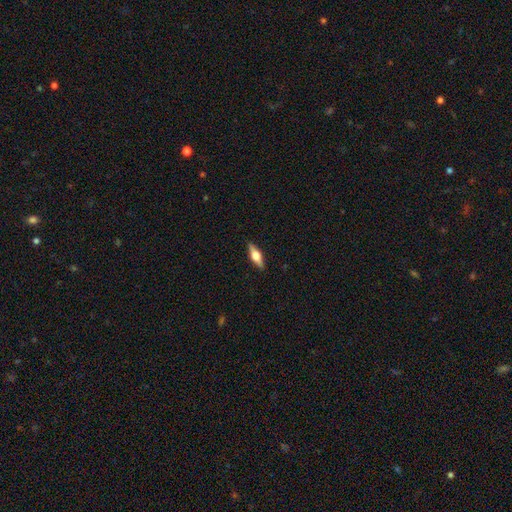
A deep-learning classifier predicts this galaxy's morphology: Overall: featured or disk (56%; smooth 38%). Edge-on disk: yes (95%). Edge-on bulge: rounded (94%). Merging: none (90%).